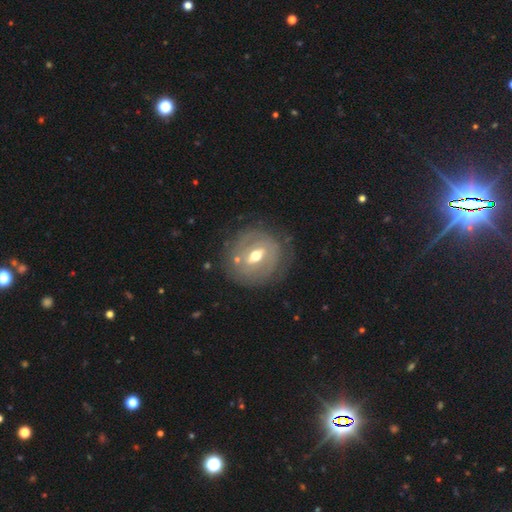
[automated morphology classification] A featured or disk galaxy (77%) with a weak bar (45%), spiral arms (58%) and a moderate central bulge (77%).

Vote fractions:
- Smooth or featured? featured or disk: 77% / smooth: 18% / star or artifact: 5%
- Edge-on disk? no: 94% / yes: 6%
- Bar? weak: 45% / strong: 38% / no: 17%
- Spiral arms? yes: 58% / no: 42%
- Bulge size? moderate: 77% / small: 15% / large: 6% / dominant: 1% / none: 1%
- Merging? none: 74% / minor disturbance: 16% / major disturbance: 7% / merger: 3%